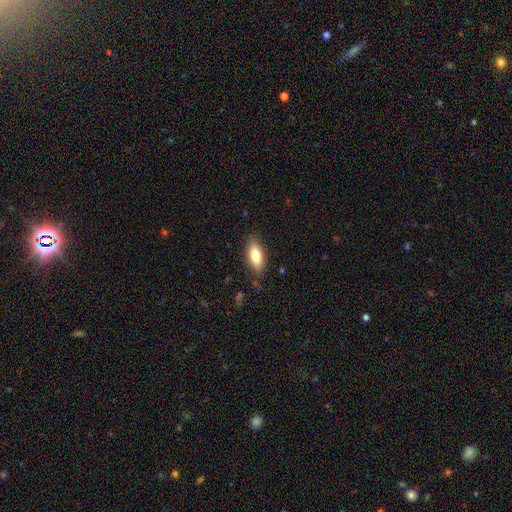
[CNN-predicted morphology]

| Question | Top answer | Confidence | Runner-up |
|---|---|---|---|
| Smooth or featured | smooth | 79% | featured or disk (14%) |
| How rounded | in between | 82% | cigar-shaped (15%) |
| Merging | none | 84% | minor disturbance (12%) |